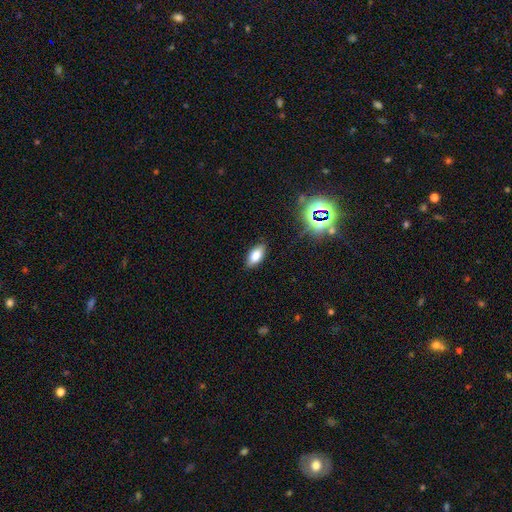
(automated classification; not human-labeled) smooth_or_featured: smooth (p=0.79) [alt: star or artifact p=0.11]
how_rounded: in between (p=0.90) [alt: cigar-shaped p=0.06]
merging: none (p=0.85) [alt: minor disturbance p=0.11]